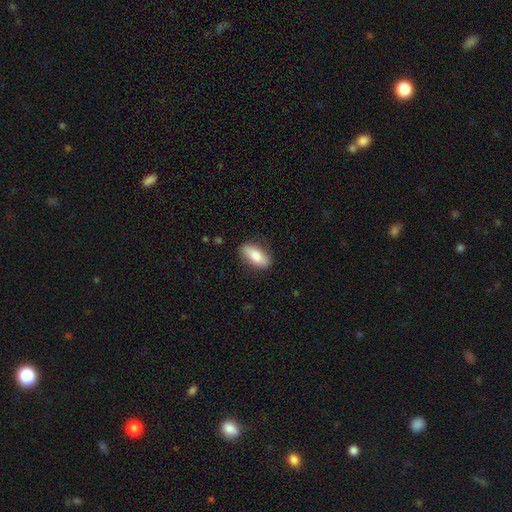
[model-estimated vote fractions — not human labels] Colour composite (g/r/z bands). It shows a smooth galaxy with no disk features (78%) that is in between round and cigar-shaped (78%). Merging: none (84%).